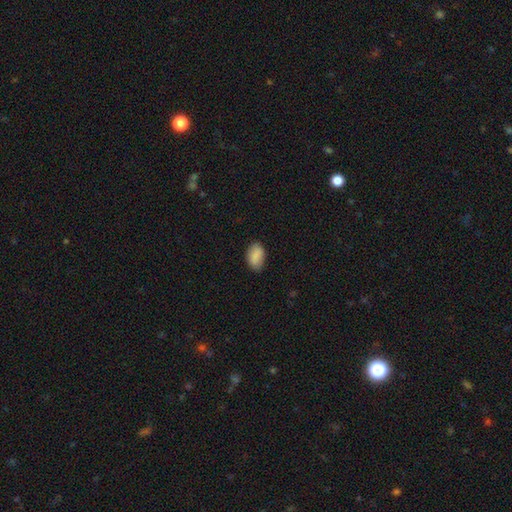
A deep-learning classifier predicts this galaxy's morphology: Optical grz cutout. It shows a smooth galaxy with no disk features (88%) that is in between round and cigar-shaped (90%). Merging: none (77%).